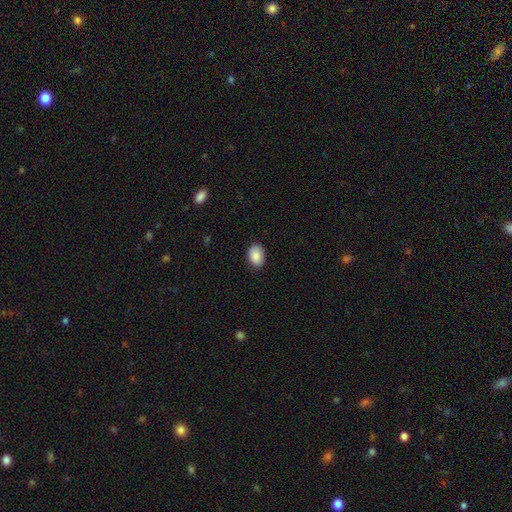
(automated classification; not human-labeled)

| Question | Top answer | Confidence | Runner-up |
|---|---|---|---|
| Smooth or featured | smooth | 88% | star or artifact (7%) |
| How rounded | in between | 80% | round (19%) |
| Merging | none | 84% | minor disturbance (13%) |